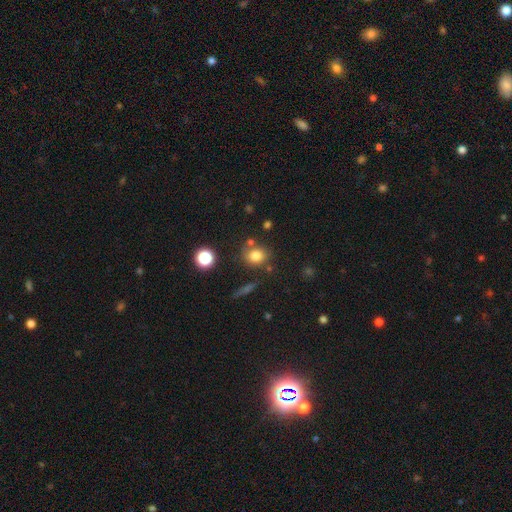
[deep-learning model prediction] smooth 79%, star or artifact 13%, featured or disk 8%. Down the decision tree: how rounded — round (69%); merging — none (72%).